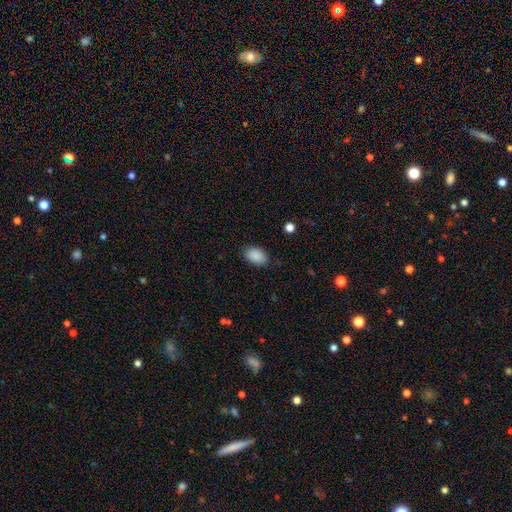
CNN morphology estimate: Smooth or featured? smooth (89%)
How rounded? in between (89%)
Merging? none (83%)